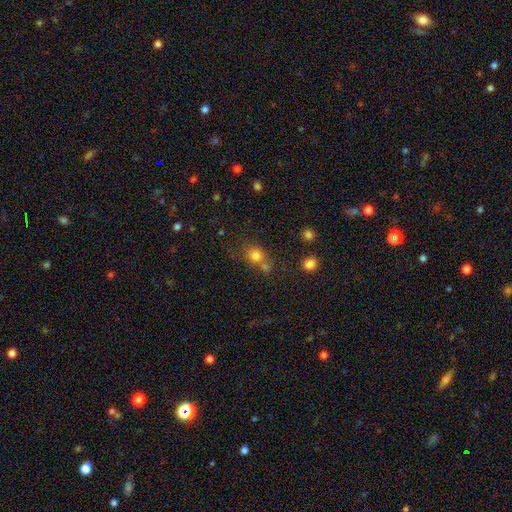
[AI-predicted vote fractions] Smooth or featured? Predicted: smooth (p=0.77). How rounded? Predicted: round (p=0.74). Merging? Predicted: none (p=0.49).